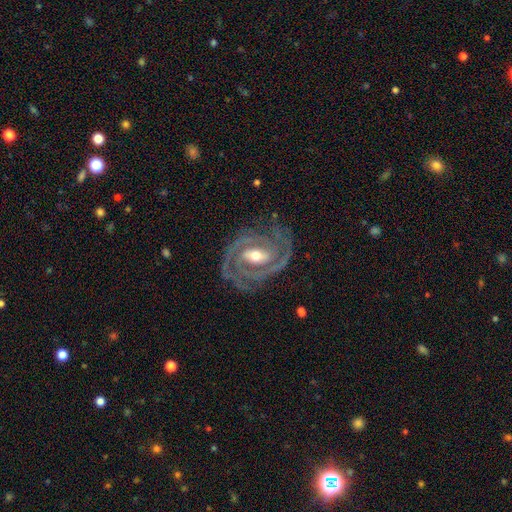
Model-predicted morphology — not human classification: Smooth or featured: featured or disk — 92% (star or artifact — 4%)
Edge-on disk: no — 97% (yes — 3%)
Bar: strong — 43% (weak — 38%)
Spiral arms: yes — 98% (no — 2%)
Spiral winding: tight — 64% (medium — 32%)
Spiral arm count: 2 — 70% (3 — 15%)
Bulge size: moderate — 66% (small — 26%)
Merging: none — 79% (minor disturbance — 14%)